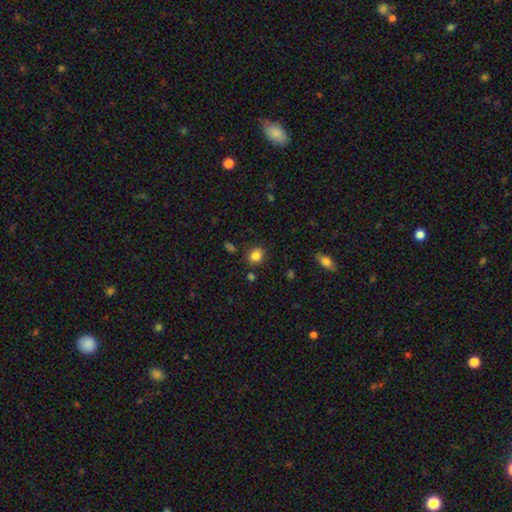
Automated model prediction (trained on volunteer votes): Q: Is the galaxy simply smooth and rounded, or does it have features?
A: smooth — 84%.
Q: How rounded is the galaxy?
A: round — 70%.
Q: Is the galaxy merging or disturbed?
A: none — 85%.